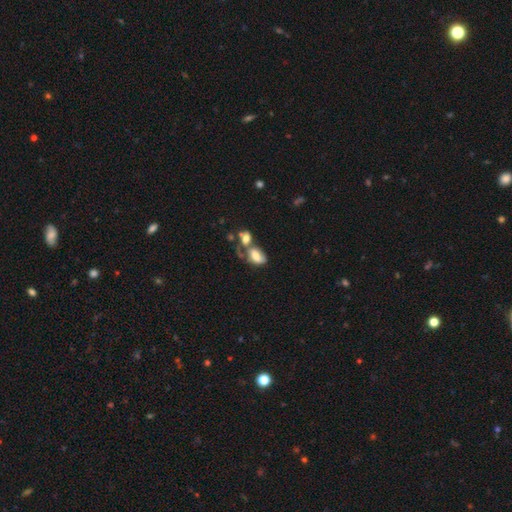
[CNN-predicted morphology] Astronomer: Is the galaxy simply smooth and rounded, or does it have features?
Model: smooth — 64%.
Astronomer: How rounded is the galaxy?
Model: in between — 90%.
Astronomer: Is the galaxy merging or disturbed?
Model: merger — 54%.